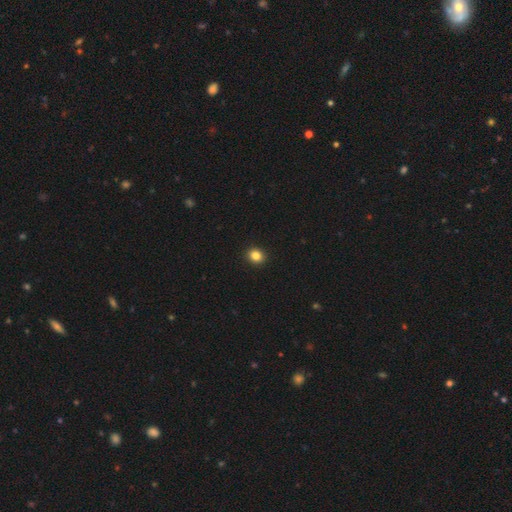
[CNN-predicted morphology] Overall: smooth (85%). How rounded: round (75%). Merging: none (93%).